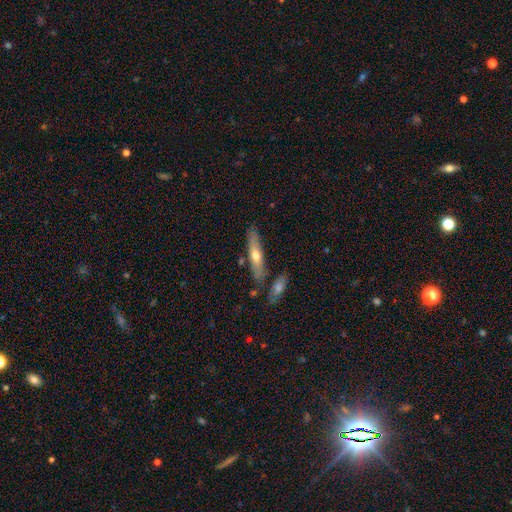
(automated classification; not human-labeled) Smooth or featured?
  - smooth: 48% *
  - featured or disk: 46%
  - star or artifact: 6%
Merging?
  - none: 81% *
  - minor disturbance: 11%
  - merger: 6%
  - major disturbance: 2%